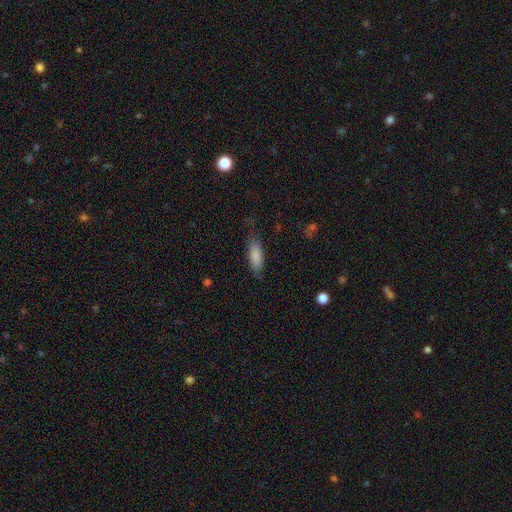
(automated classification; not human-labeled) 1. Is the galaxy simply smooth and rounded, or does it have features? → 85% smooth, 9% featured or disk, 6% star or artifact.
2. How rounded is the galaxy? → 65% in between, 33% cigar-shaped, 2% round.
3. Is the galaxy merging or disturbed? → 69% none, 22% minor disturbance, 7% major disturbance, 2% merger.